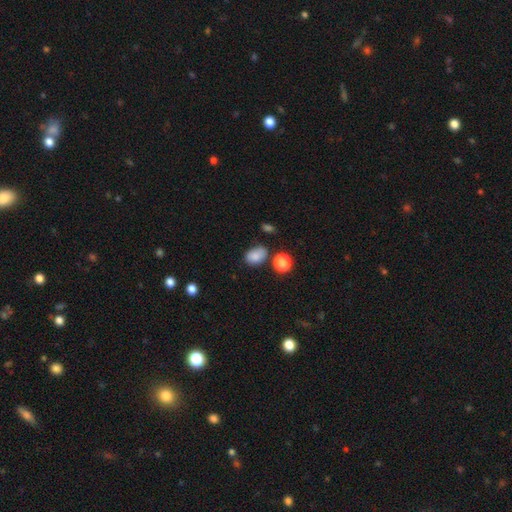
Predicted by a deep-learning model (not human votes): A smooth galaxy with no disk features (83%) that is in between round and cigar-shaped (80%). Merging: none (65%).